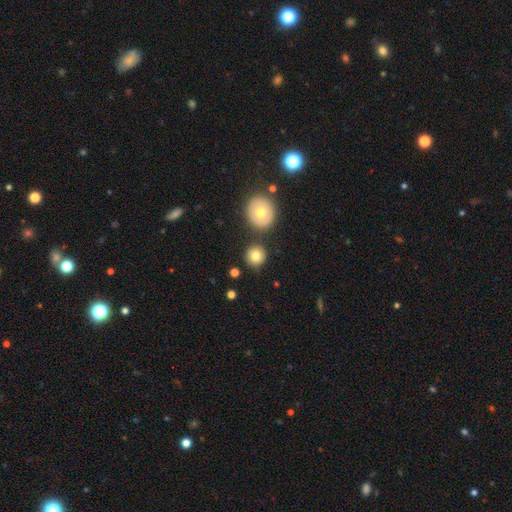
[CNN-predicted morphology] Q: Smooth or featured?
A: smooth (78%); runner-up: featured or disk (12%)
Q: How rounded?
A: round (93%); runner-up: in between (6%)
Q: Merging?
A: none (83%); runner-up: minor disturbance (8%)